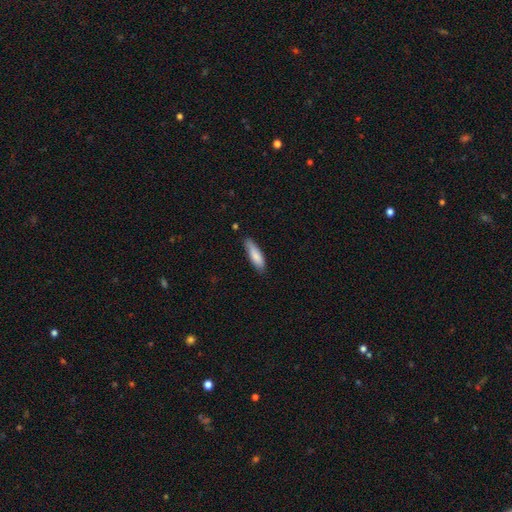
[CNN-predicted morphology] smooth_or_featured: smooth (p=0.84) [alt: featured or disk p=0.10]
how_rounded: cigar-shaped (p=0.60) [alt: in between p=0.39]
merging: none (p=0.74) [alt: minor disturbance p=0.21]